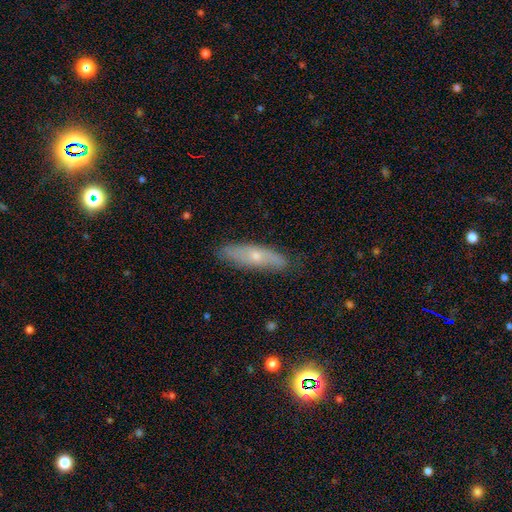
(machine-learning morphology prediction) smooth 49%, featured or disk 44%, star or artifact 7%. Down the decision tree: merging — none (80%).